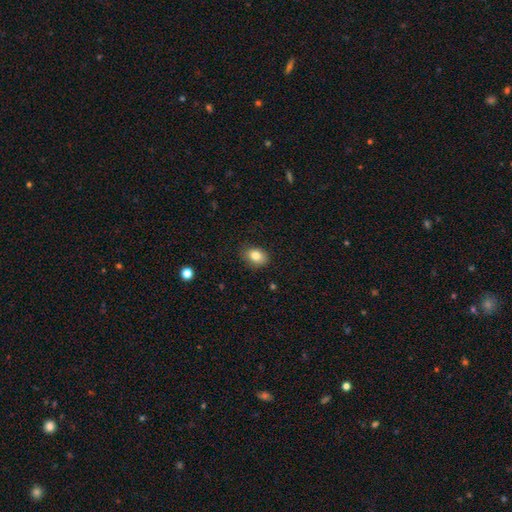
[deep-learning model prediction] Morphology: type=smooth (83%); roundness=in between (70%); merging=none (83%).